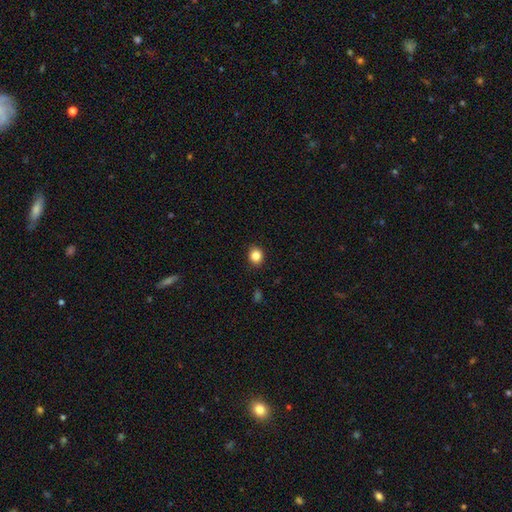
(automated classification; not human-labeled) Smooth or featured?
  - smooth: 84% *
  - star or artifact: 11%
  - featured or disk: 5%
How rounded?
  - round: 76% *
  - in between: 23%
  - cigar-shaped: 1%
Merging?
  - none: 90% *
  - minor disturbance: 7%
  - major disturbance: 2%
  - merger: 1%